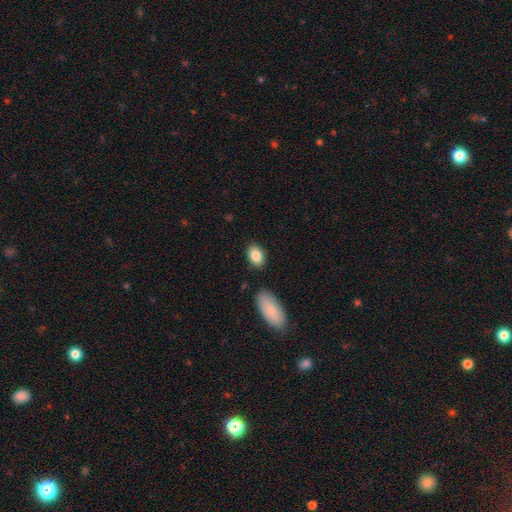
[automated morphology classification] Smooth or featured? Predicted: smooth (p=0.85). How rounded? Predicted: in between (p=0.84). Merging? Predicted: none (p=0.84).